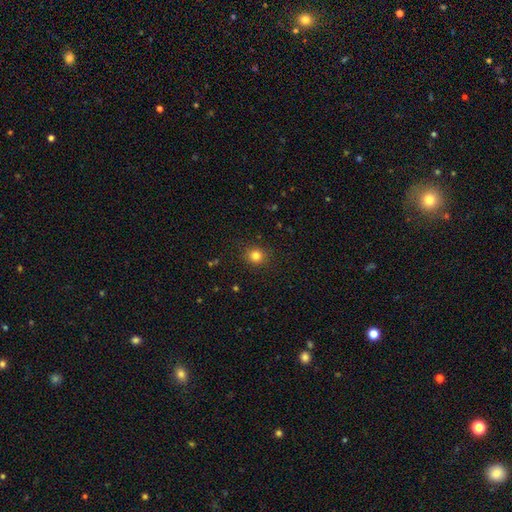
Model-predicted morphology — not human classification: smooth-or-featured: smooth: 81% | star or artifact: 13% | featured or disk: 6%
  how-rounded: round: 89% | in between: 10% | cigar-shaped: 1%
  merging: none: 89% | minor disturbance: 7% | major disturbance: 2% | merger: 1%